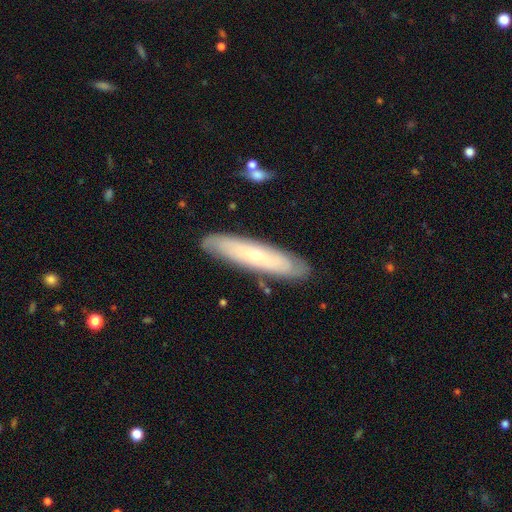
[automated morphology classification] The model was most divided on "edge-on disk": yes: 51%, no: 49%. More confident: merging — none (86%); smooth or featured — featured or disk (54%).